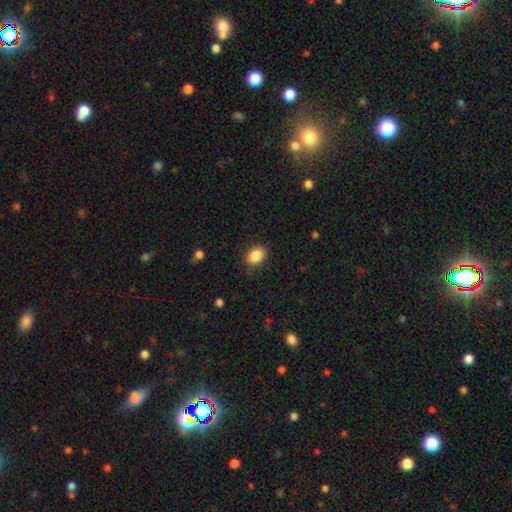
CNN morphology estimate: smooth_or_featured: smooth (p=0.87) [alt: star or artifact p=0.09]
how_rounded: in between (p=0.66) [alt: round p=0.33]
merging: none (p=0.83) [alt: minor disturbance p=0.12]